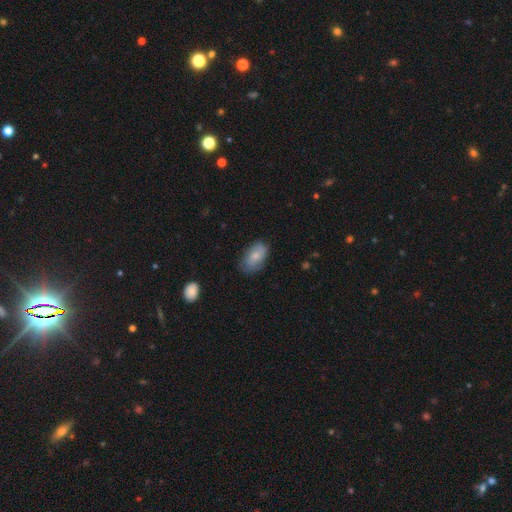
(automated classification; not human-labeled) Overall: smooth (70%). How rounded: in between (92%). Merging: none (74%).